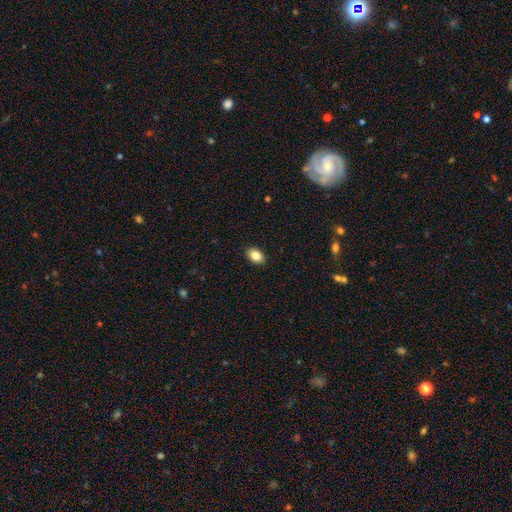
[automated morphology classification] Smooth or featured? smooth (85%)
How rounded? in between (82%)
Merging? none (91%)